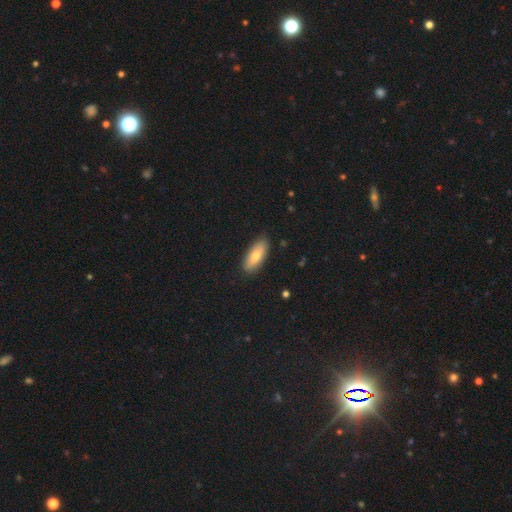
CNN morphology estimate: A smooth galaxy with no disk features (77%) that is in between round and cigar-shaped (77%). Merging: none (85%).